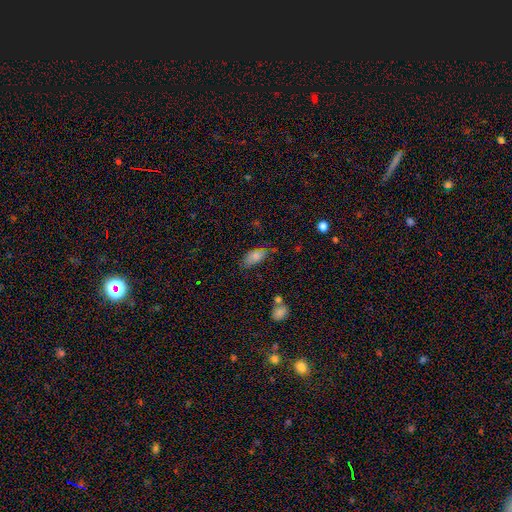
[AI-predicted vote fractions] Q: Smooth or featured?
A: smooth (81%); runner-up: featured or disk (10%)
Q: How rounded?
A: in between (90%); runner-up: cigar-shaped (6%)
Q: Merging?
A: none (53%); runner-up: minor disturbance (33%)